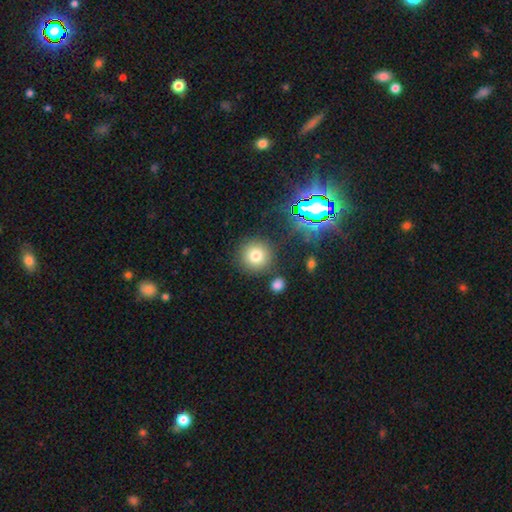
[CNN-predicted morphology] The model was most divided on "smooth or featured": smooth: 76%, star or artifact: 16%, featured or disk: 8%. More confident: how rounded — round (94%); merging — none (86%).